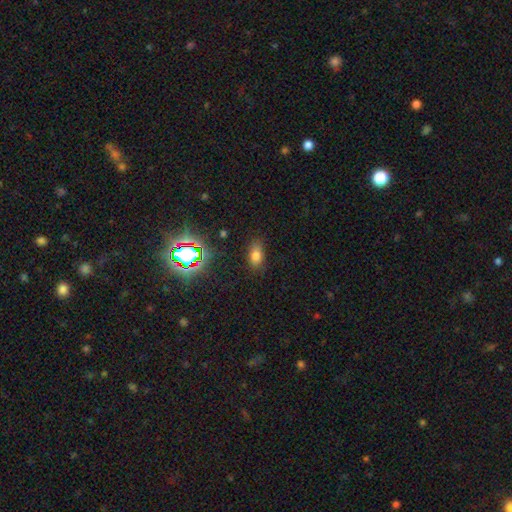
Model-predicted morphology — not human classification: Q: Smooth or featured?
A: smooth (73%); runner-up: star or artifact (18%)
Q: How rounded?
A: in between (84%); runner-up: round (10%)
Q: Merging?
A: none (81%); runner-up: minor disturbance (14%)